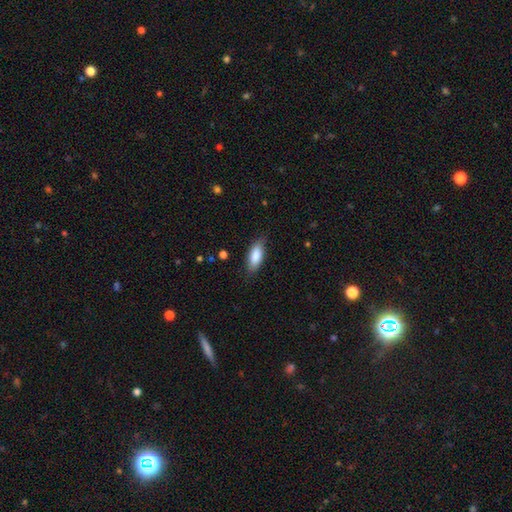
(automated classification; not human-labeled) Smooth or featured: smooth — 85% (featured or disk — 9%)
How rounded: in between — 80% (cigar-shaped — 18%)
Merging: none — 78% (minor disturbance — 17%)